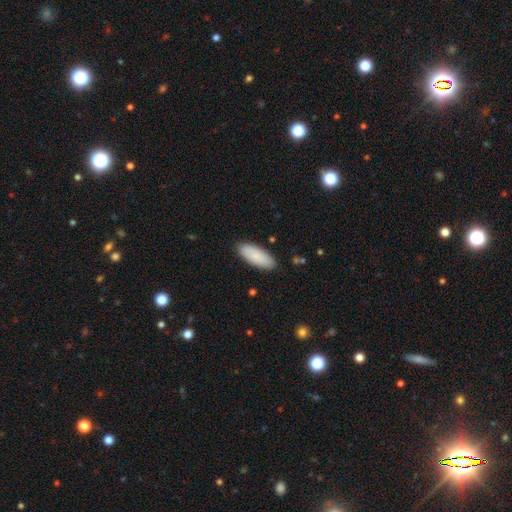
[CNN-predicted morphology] Overall: smooth (86%). How rounded: in between (78%). Merging: none (88%).